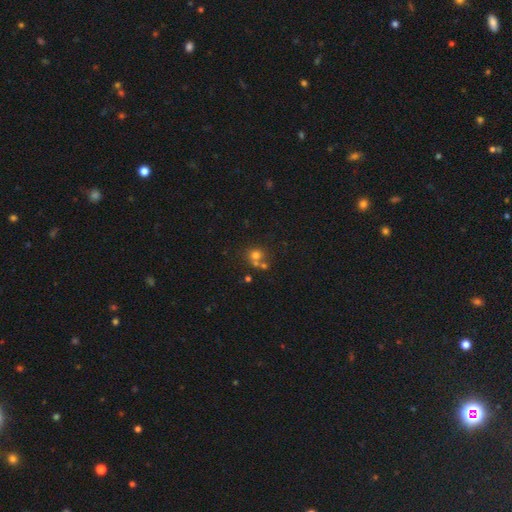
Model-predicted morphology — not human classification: Overall: smooth (66%). How rounded: round (84%). Merging: none (49%; merger 40%).